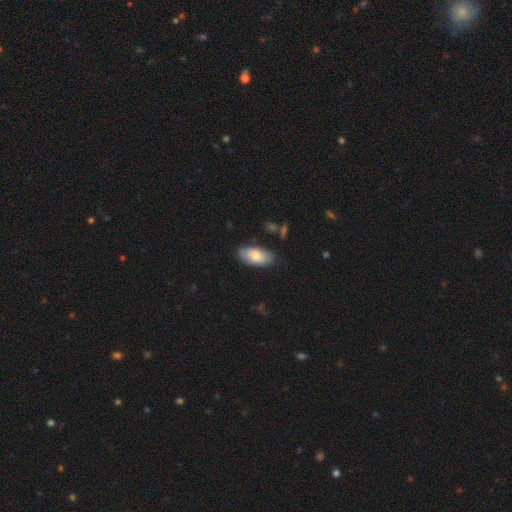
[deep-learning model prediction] Smooth or featured? Predicted: smooth (p=0.76). How rounded? Predicted: in between (p=0.93). Merging? Predicted: none (p=0.77).